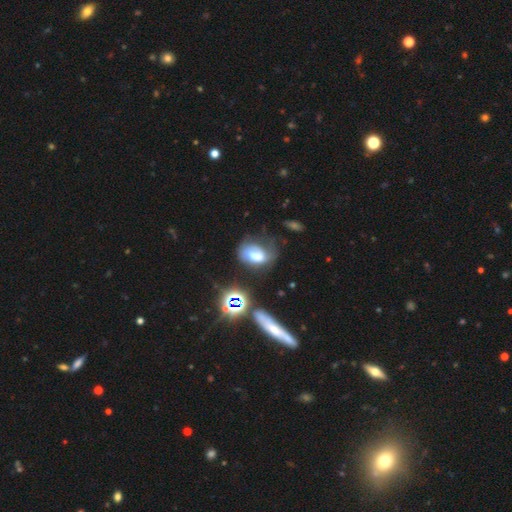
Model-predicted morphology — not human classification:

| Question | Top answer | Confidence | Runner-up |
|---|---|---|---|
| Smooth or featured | smooth | 46% | featured or disk (36%) |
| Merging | none | 33% | major disturbance (31%) |